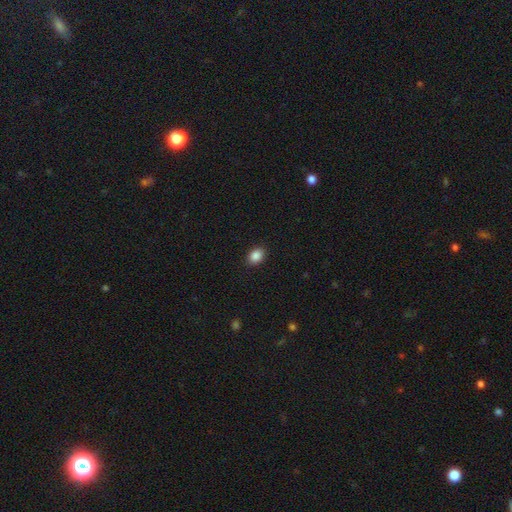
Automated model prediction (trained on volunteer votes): A smooth galaxy with no disk features (88%) that is in between round and cigar-shaped (68%). Merging: none (90%).